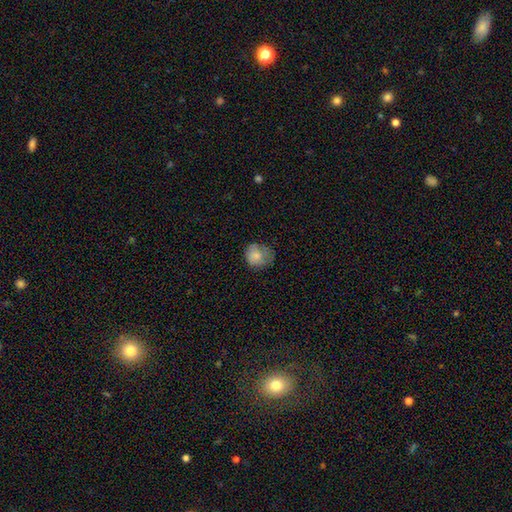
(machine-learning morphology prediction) smooth 74%, featured or disk 18%, star or artifact 8%. Down the decision tree: how rounded — round (73%); merging — none (53%).